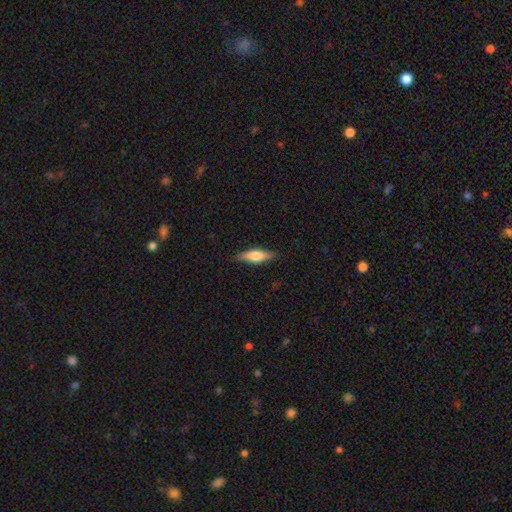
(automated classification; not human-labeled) Q: Smooth or featured?
A: smooth (56%); runner-up: featured or disk (37%)
Q: How rounded?
A: cigar-shaped (54%); runner-up: in between (43%)
Q: Merging?
A: none (87%); runner-up: minor disturbance (10%)